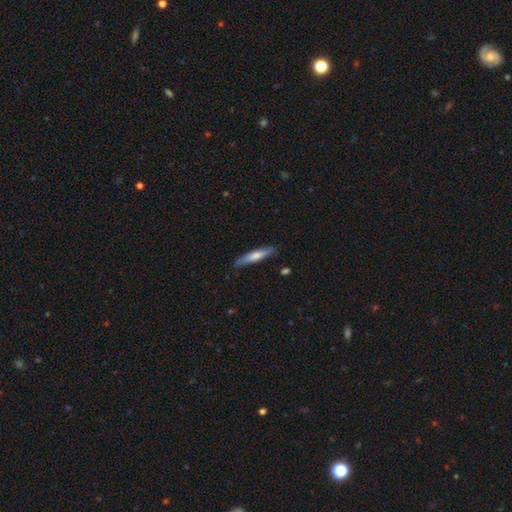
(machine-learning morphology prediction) type=smooth (65%); roundness=cigar-shaped (90%); merging=none (84%).